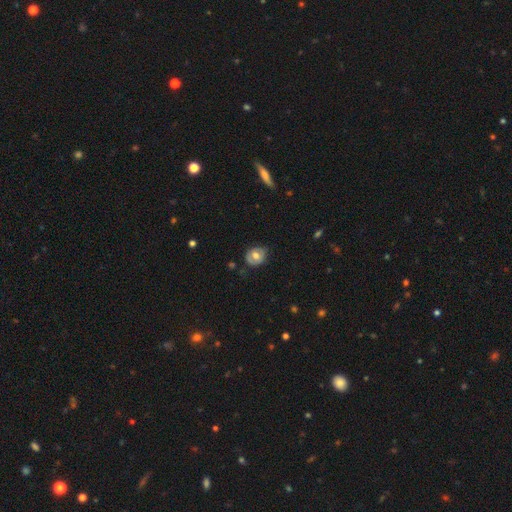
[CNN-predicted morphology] The model was most divided on "smooth or featured": smooth: 57%, featured or disk: 35%, star or artifact: 8%. More confident: merging — none (70%); how rounded — round (62%).